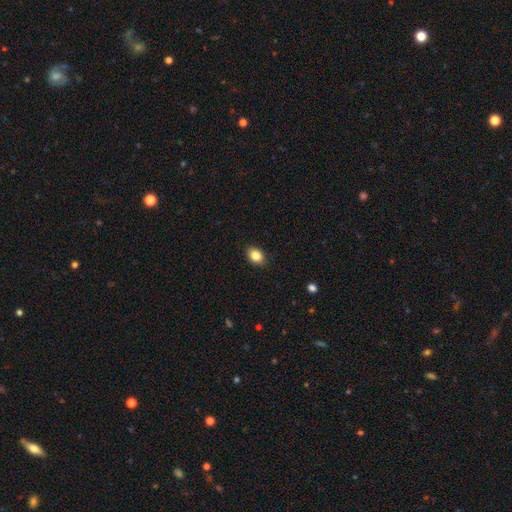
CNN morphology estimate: smooth 85%, star or artifact 9%, featured or disk 6%. Down the decision tree: how rounded — in between (72%); merging — none (89%).